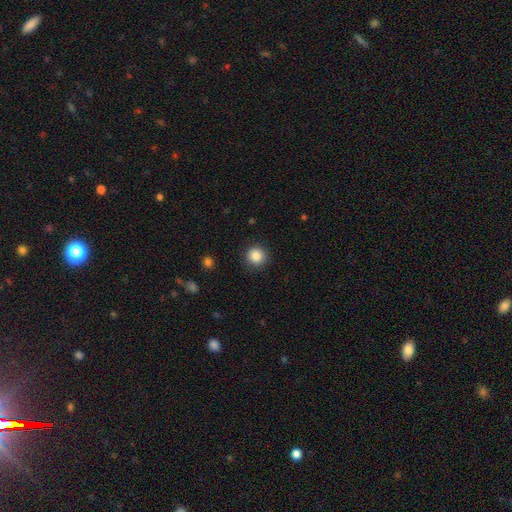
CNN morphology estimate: The model was most divided on "smooth or featured": smooth: 87%, star or artifact: 10%, featured or disk: 3%. More confident: how rounded — round (94%); merging — none (90%).